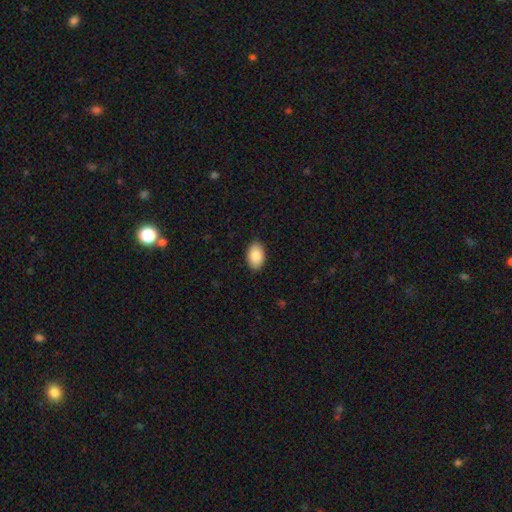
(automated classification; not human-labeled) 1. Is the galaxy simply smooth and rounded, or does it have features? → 88% smooth, 7% star or artifact, 5% featured or disk.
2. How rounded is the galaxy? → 92% in between, 7% round, 1% cigar-shaped.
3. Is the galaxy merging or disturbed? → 89% none, 8% minor disturbance, 2% major disturbance, 1% merger.